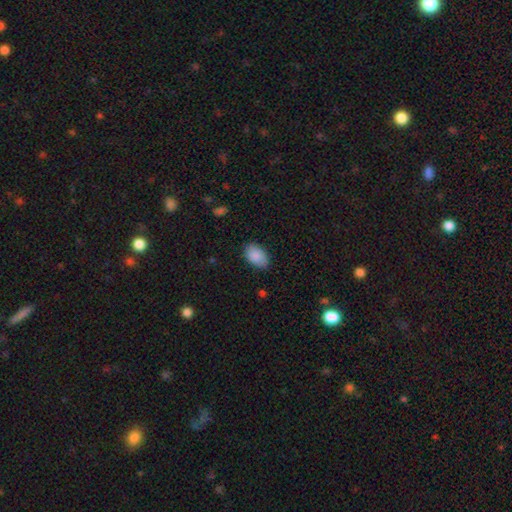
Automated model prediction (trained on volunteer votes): This is clearly a smooth galaxy (89%). How rounded: clearly in between (91%). Merging: clearly none (82%).